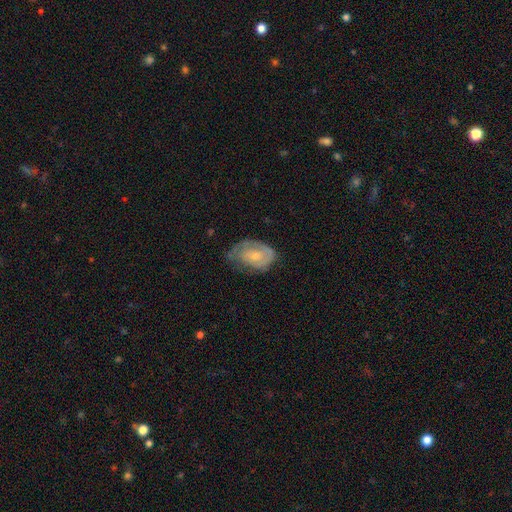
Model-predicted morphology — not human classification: featured or disk 52%, smooth 41%, star or artifact 7%. Down the decision tree: edge-on disk — no (95%); merging — none (46%).